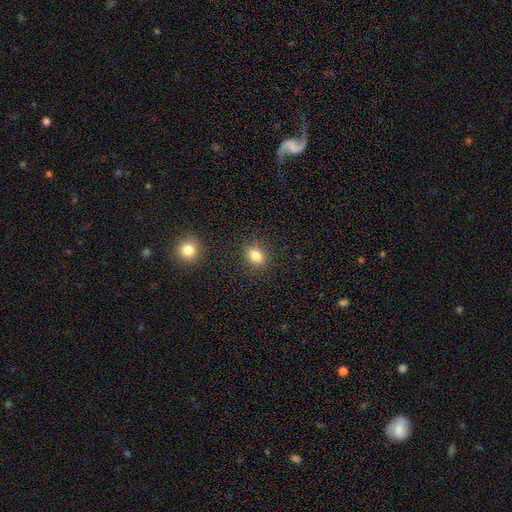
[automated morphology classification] Smooth or featured? Predicted: smooth (p=0.82). How rounded? Predicted: in between (p=0.69). Merging? Predicted: none (p=0.85).